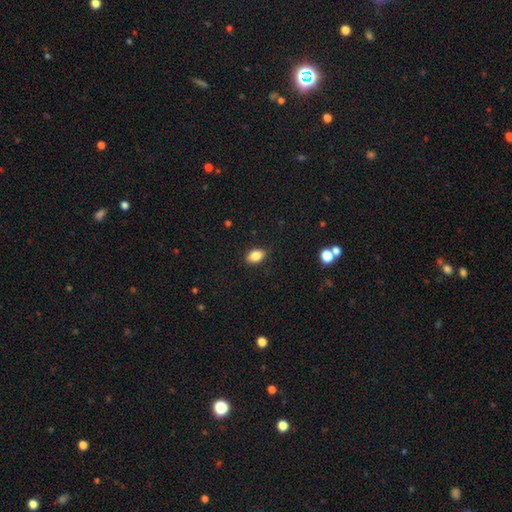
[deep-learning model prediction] smooth 85%, star or artifact 9%, featured or disk 6%. Down the decision tree: how rounded — in between (83%); merging — none (87%).